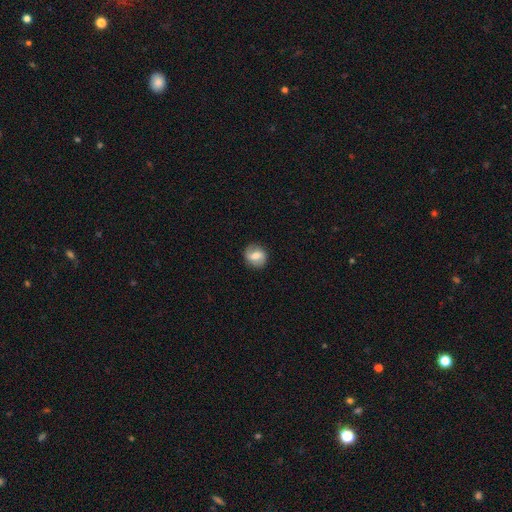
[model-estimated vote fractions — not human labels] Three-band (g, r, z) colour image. It shows a featured or disk galaxy (46%). Merging: none (85%).